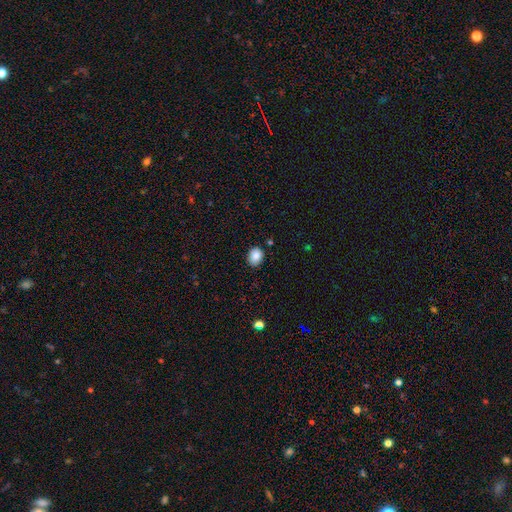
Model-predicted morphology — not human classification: smooth-or-featured: smooth: 85% | star or artifact: 9% | featured or disk: 7%
  how-rounded: in between: 53% | round: 46% | cigar-shaped: 1%
  merging: none: 83% | minor disturbance: 13% | major disturbance: 2% | merger: 2%